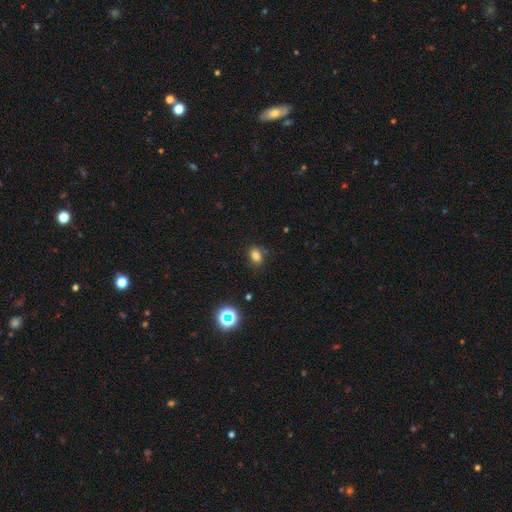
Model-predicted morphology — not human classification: Smooth or featured: smooth — 76% (star or artifact — 16%)
How rounded: in between — 72% (round — 27%)
Merging: none — 78% (minor disturbance — 15%)